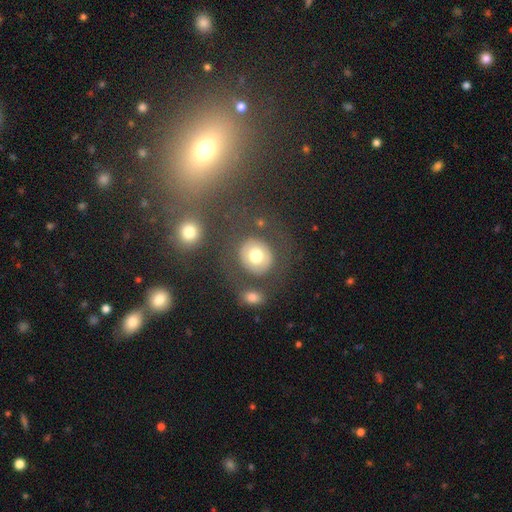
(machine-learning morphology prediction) smooth 67%, featured or disk 23%, star or artifact 10%. Down the decision tree: how rounded — round (81%); merging — none (76%).